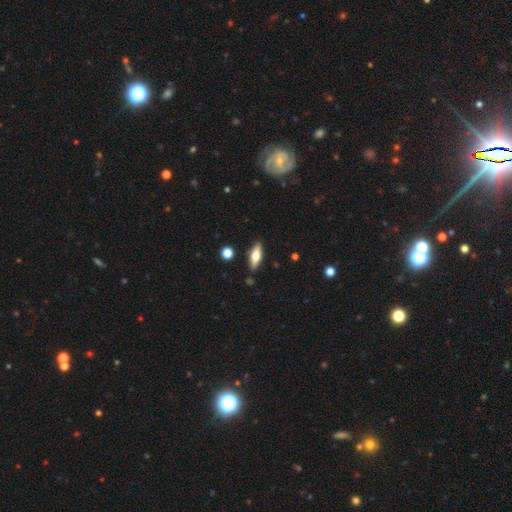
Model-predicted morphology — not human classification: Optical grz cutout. It shows a smooth galaxy with no disk features (55%) that is in between round and cigar-shaped (55%). Merging: none (85%).